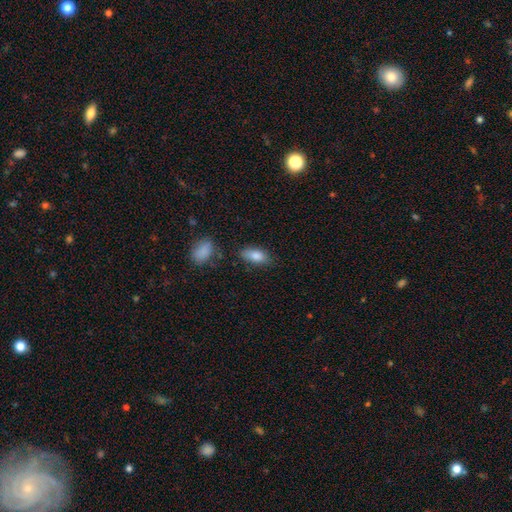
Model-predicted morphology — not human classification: smooth-or-featured: smooth: 83% | featured or disk: 9% | star or artifact: 8%
  how-rounded: in between: 86% | cigar-shaped: 11% | round: 3%
  merging: none: 73% | minor disturbance: 18% | merger: 4% | major disturbance: 4%